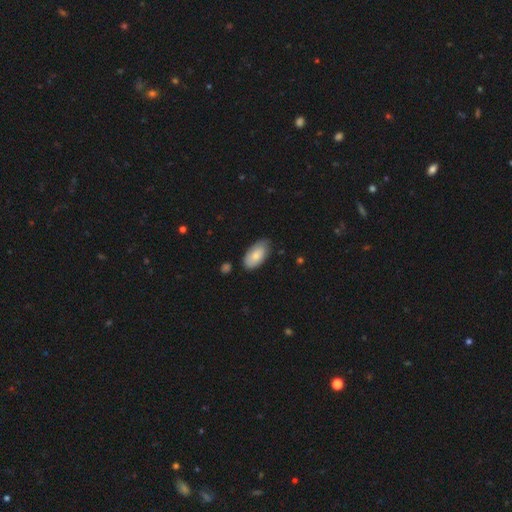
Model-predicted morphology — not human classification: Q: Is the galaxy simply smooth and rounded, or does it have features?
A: smooth — 78%.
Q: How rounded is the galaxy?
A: in between — 95%.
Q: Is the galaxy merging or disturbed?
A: none — 68%.